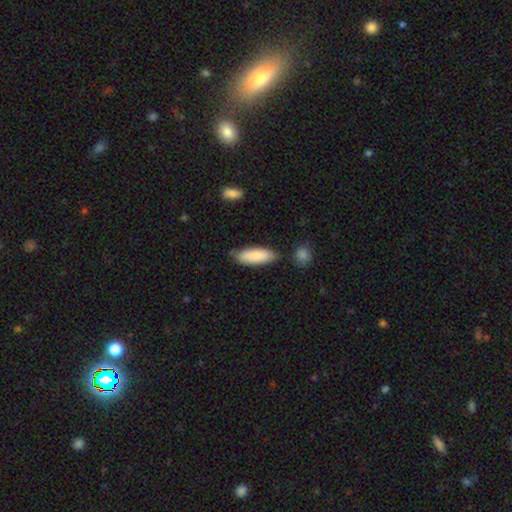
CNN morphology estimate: The model was most divided on "how rounded": in between: 62%, cigar-shaped: 36%, round: 2%. More confident: smooth or featured — smooth (86%); merging — none (75%).